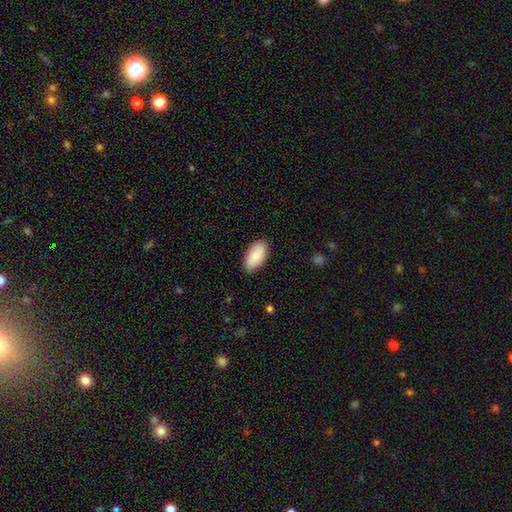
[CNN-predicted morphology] Smooth or featured?
  - smooth: 89% *
  - featured or disk: 6%
  - star or artifact: 6%
How rounded?
  - in between: 93% *
  - cigar-shaped: 5%
  - round: 2%
Merging?
  - none: 86% *
  - minor disturbance: 11%
  - major disturbance: 2%
  - merger: 1%